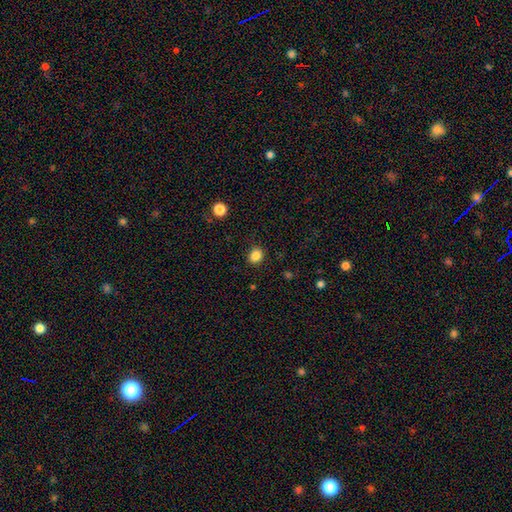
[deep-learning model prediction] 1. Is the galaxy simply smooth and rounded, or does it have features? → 86% smooth, 11% star or artifact, 3% featured or disk.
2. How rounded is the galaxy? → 61% round, 38% in between, 1% cigar-shaped.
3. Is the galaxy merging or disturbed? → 87% none, 9% minor disturbance, 3% major disturbance, 1% merger.